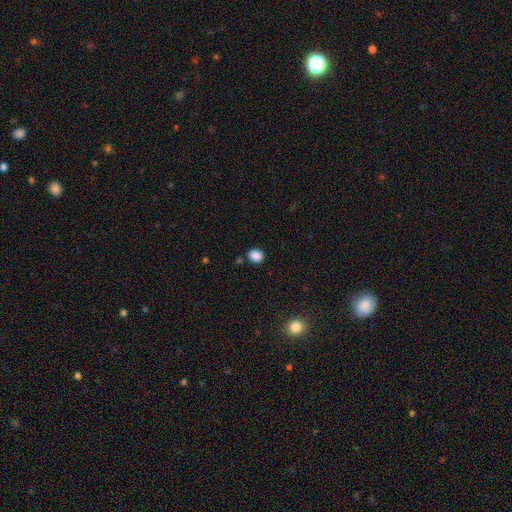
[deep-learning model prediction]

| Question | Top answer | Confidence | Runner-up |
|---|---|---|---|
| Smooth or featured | smooth | 87% | star or artifact (10%) |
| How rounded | round | 76% | in between (23%) |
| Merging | none | 86% | minor disturbance (8%) |